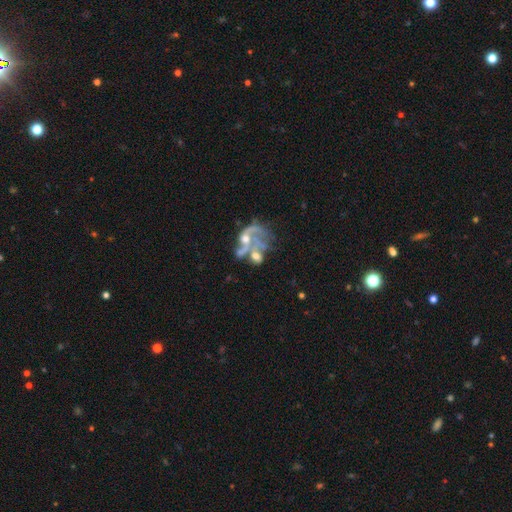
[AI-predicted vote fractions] A featured or disk galaxy (69%) with no bar (73%), spiral arms (63%) and a moderate central bulge (42%). Merging: merger (48%).